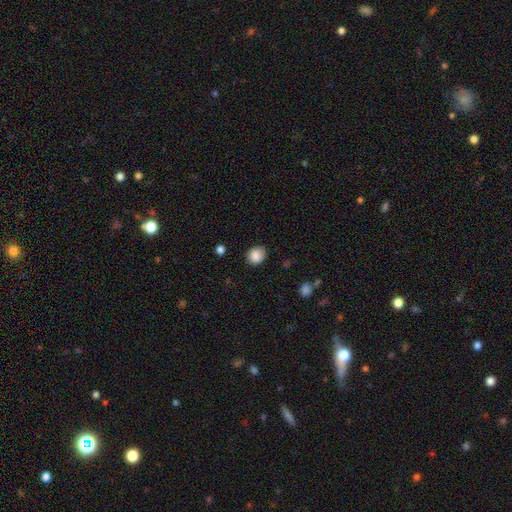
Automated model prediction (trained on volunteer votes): This is clearly a smooth galaxy (87%). How rounded: likely round (70%). Merging: clearly none (80%).